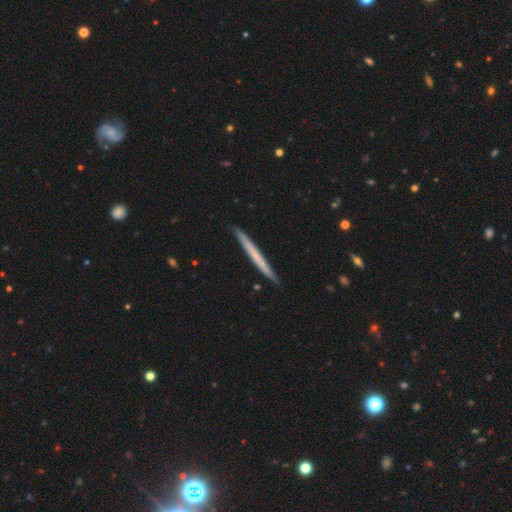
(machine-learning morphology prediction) The model was most divided on "smooth or featured": smooth: 52%, featured or disk: 43%, star or artifact: 5%. More confident: how rounded — cigar-shaped (97%); merging — none (92%).